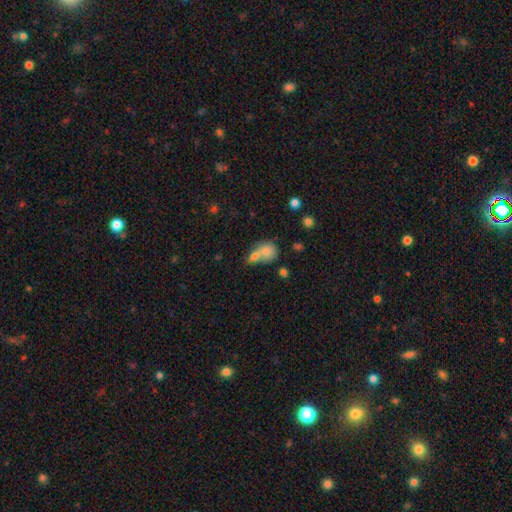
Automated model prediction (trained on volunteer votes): Smooth or featured? Predicted: smooth (p=0.74). How rounded? Predicted: in between (p=0.50). Merging? Predicted: merger (p=0.62).